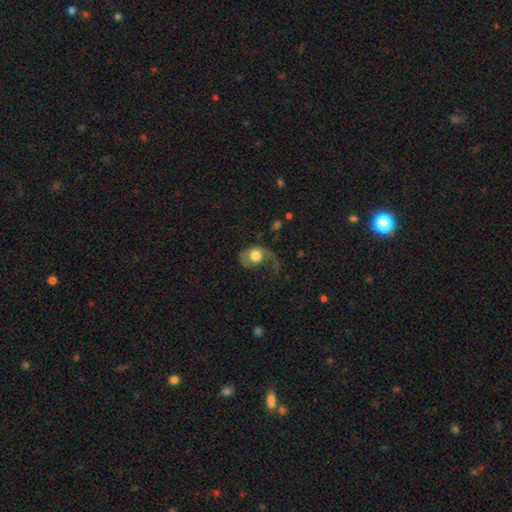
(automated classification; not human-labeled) smooth 49%, featured or disk 43%, star or artifact 8%. Down the decision tree: merging — major disturbance (57%).